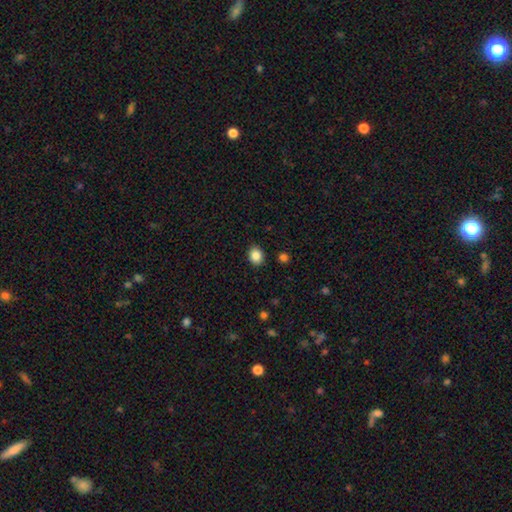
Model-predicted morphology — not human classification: Overall: smooth (86%). How rounded: round (57%; in between 42%). Merging: none (88%).